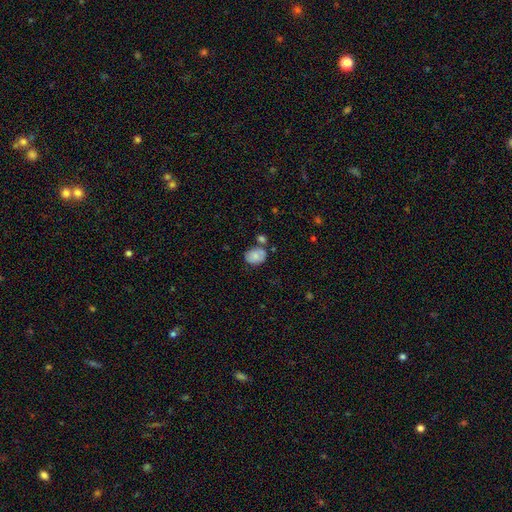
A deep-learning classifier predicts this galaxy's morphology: Smooth or featured?
  - smooth: 77% *
  - featured or disk: 16%
  - star or artifact: 8%
How rounded?
  - in between: 69% *
  - round: 30%
  - cigar-shaped: 1%
Merging?
  - none: 55% *
  - minor disturbance: 22%
  - merger: 18%
  - major disturbance: 6%